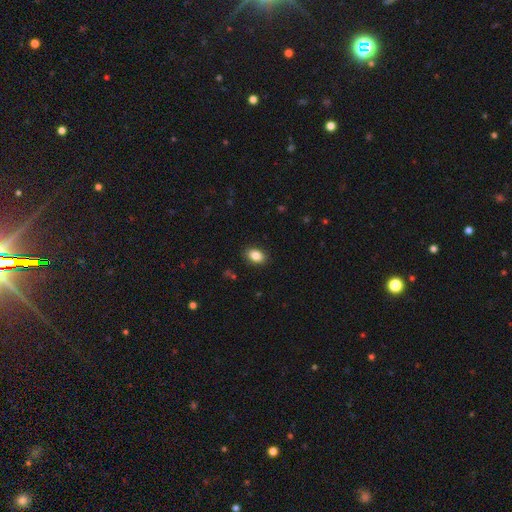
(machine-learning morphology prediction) smooth-or-featured: smooth: 86% | star or artifact: 8% | featured or disk: 6%
  how-rounded: in between: 81% | round: 18% | cigar-shaped: 1%
  merging: none: 89% | minor disturbance: 8% | major disturbance: 2% | merger: 1%